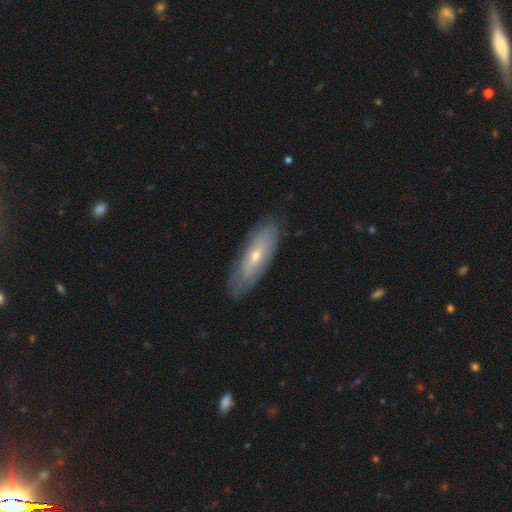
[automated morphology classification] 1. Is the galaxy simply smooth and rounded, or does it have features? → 48% featured or disk, 46% smooth, 6% star or artifact.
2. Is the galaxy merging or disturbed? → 82% none, 13% minor disturbance, 3% major disturbance, 1% merger.